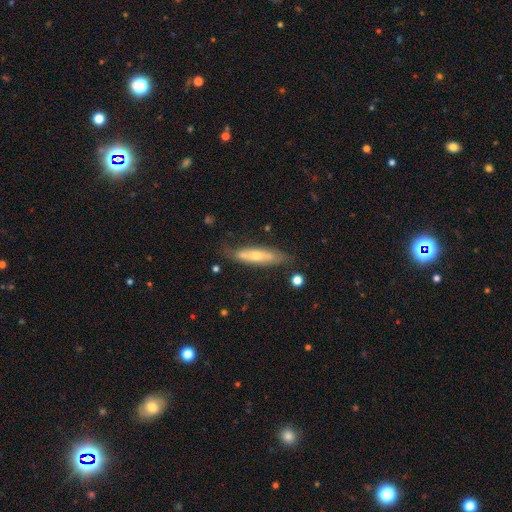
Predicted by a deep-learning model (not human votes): Smooth or featured? smooth (49%)
Merging? none (70%)